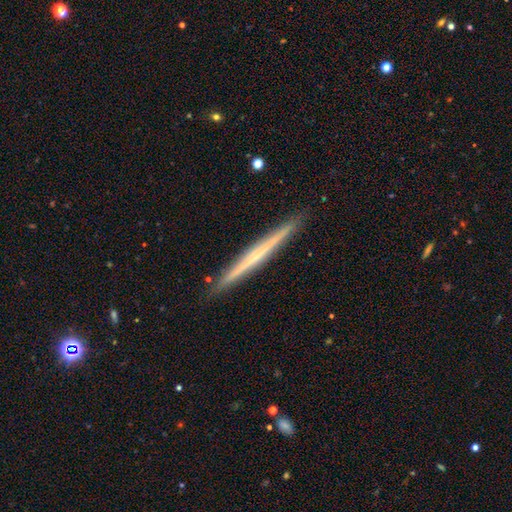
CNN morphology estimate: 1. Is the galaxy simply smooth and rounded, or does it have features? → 58% featured or disk, 36% smooth, 6% star or artifact.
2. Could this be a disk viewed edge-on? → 98% yes, 2% no.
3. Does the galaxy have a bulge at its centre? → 82% none, 13% rounded, 5% boxy.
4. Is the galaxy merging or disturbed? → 92% none, 6% minor disturbance, 1% major disturbance, 1% merger.